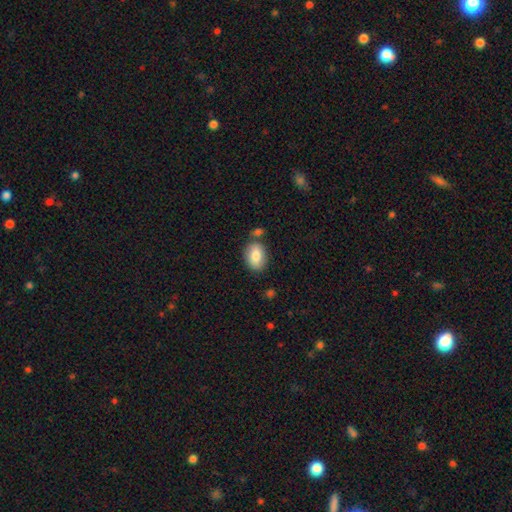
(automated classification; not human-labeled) Overall: smooth (82%). How rounded: in between (82%). Merging: none (72%).